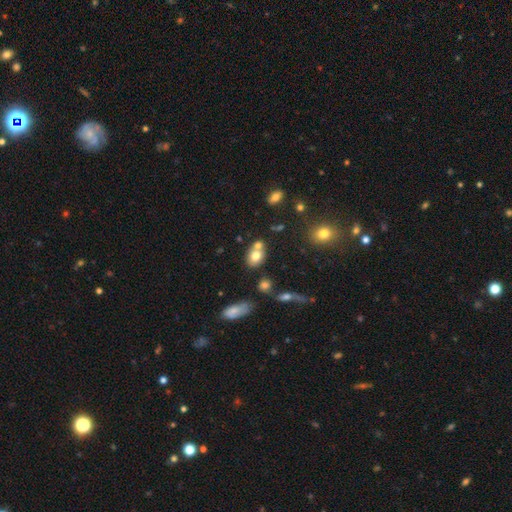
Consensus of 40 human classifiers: smooth-or-featured: smooth: 78% | featured or disk: 18% | star or artifact: 5%
  how-rounded: in between: 58% | round: 42% | cigar-shaped: 0%
  merging: merger: 50% | none: 39% | minor disturbance: 5% | major disturbance: 5%